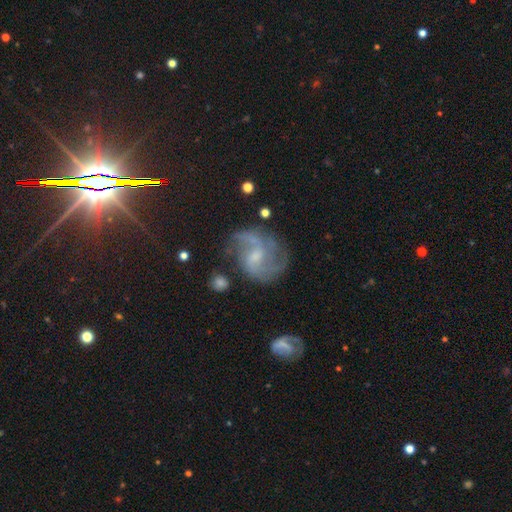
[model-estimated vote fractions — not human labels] Smooth or featured? Predicted: featured or disk (p=0.80). Edge-on disk? Predicted: no (p=0.98). Bar? Predicted: weak (p=0.50). Spiral arms? Predicted: yes (p=0.94). Spiral winding? Predicted: medium (p=0.45). Spiral arm count? Predicted: 2 (p=0.50). Bulge size? Predicted: small (p=0.57). Merging? Predicted: none (p=0.63).